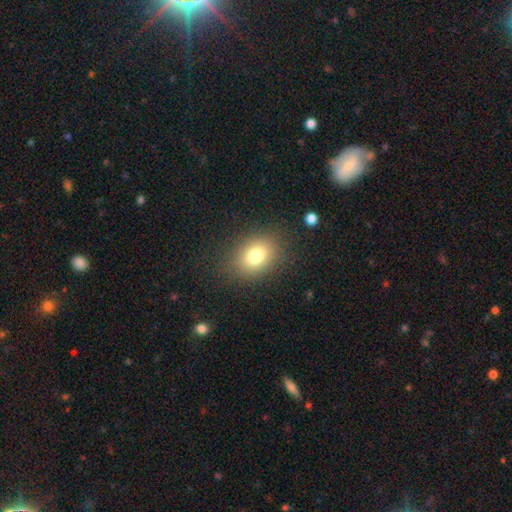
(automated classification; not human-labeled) Overall: smooth (77%). How rounded: in between (60%; round 38%). Merging: none (85%).